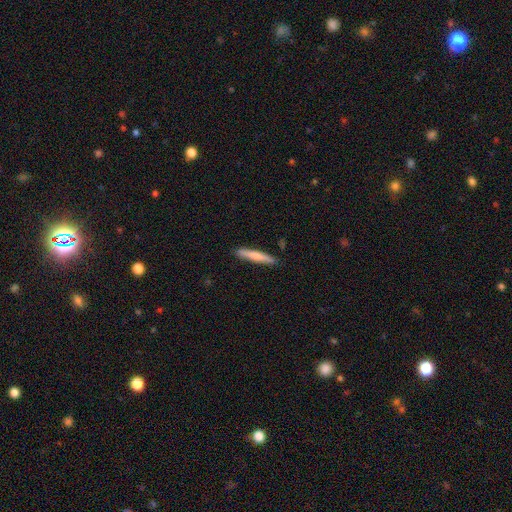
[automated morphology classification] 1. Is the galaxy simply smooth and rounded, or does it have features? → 70% smooth, 24% featured or disk, 6% star or artifact.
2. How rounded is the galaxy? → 93% cigar-shaped, 5% in between, 1% round.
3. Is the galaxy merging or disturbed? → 88% none, 9% minor disturbance, 2% major disturbance, 1% merger.